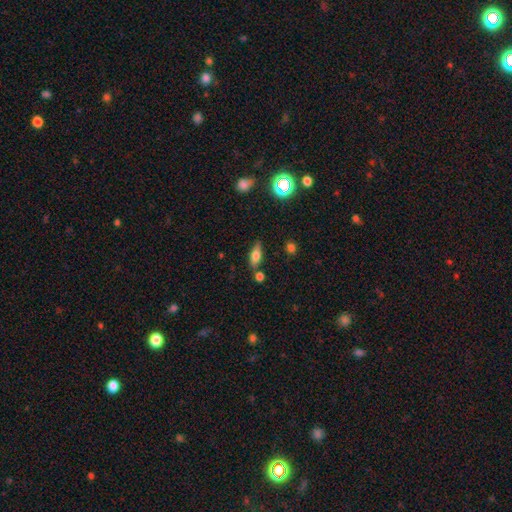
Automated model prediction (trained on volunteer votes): The model was most divided on "how rounded": in between: 65%, cigar-shaped: 31%, round: 4%. More confident: merging — none (71%); smooth or featured — smooth (65%).